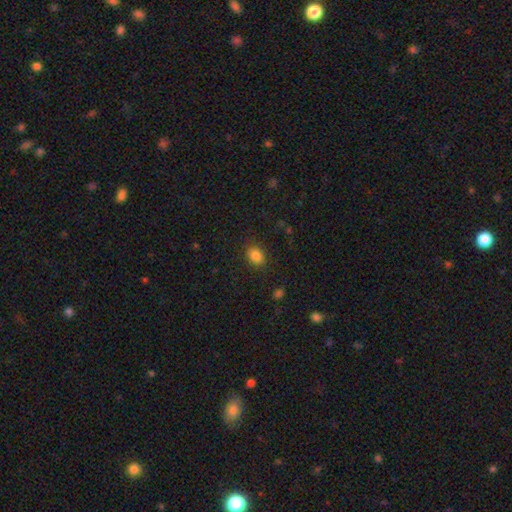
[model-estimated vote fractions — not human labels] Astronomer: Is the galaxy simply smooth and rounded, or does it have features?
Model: smooth — 84%.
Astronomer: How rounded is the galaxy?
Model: in between — 66%.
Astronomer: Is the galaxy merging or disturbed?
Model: none — 86%.